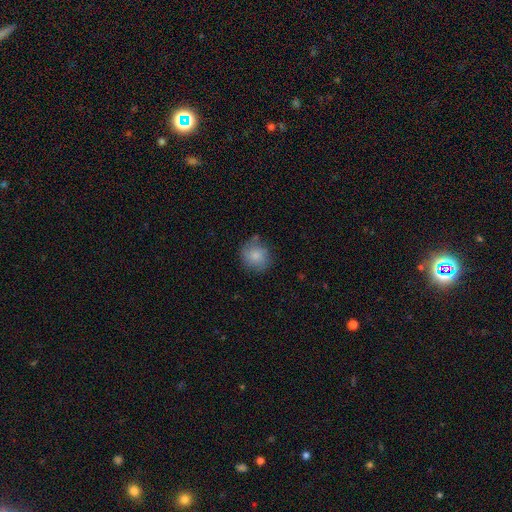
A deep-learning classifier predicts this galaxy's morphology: smooth 80%, featured or disk 12%, star or artifact 8%. Down the decision tree: how rounded — round (86%); merging — none (69%).